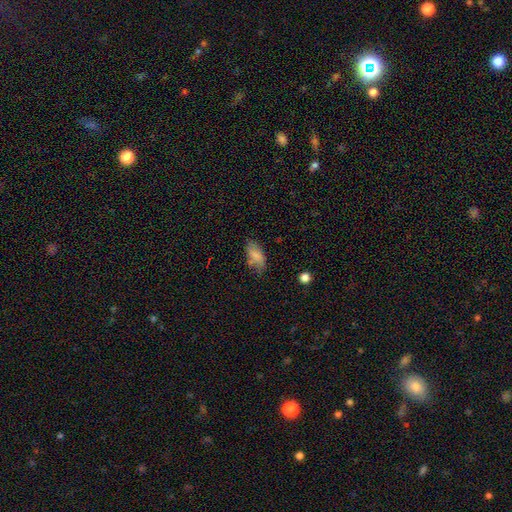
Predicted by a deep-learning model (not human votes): Overall: smooth (79%). How rounded: in between (90%). Merging: none (65%).